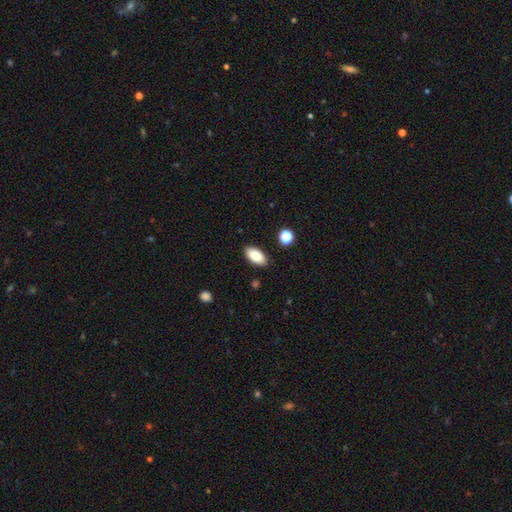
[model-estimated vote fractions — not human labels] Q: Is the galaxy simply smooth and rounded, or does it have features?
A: smooth — 82%.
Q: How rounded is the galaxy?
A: in between — 93%.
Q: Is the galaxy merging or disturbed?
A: none — 88%.